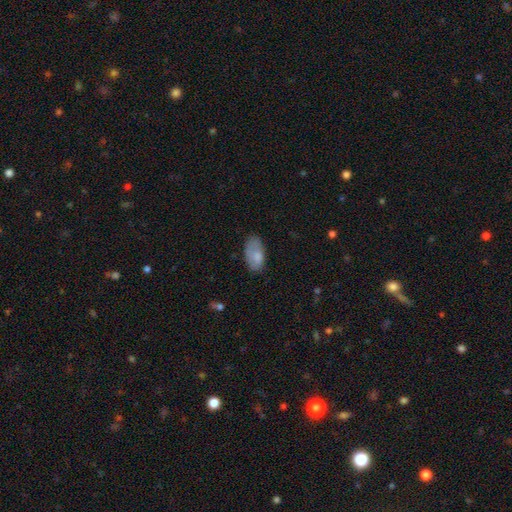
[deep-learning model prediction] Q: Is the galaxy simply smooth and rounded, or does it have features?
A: smooth — 77%.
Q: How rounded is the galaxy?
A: in between — 94%.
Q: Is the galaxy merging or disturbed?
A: none — 59%.